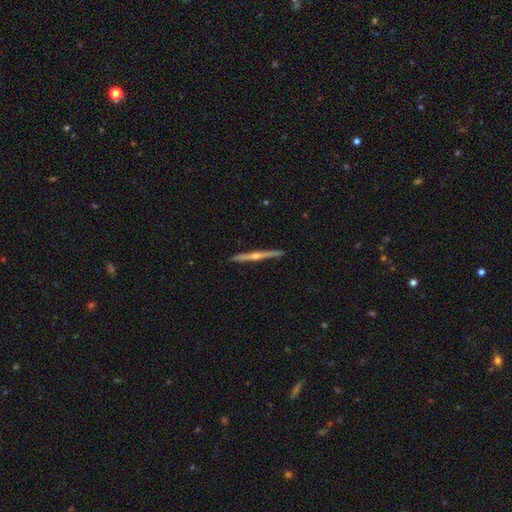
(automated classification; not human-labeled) Q: Smooth or featured?
A: featured or disk (75%); runner-up: smooth (17%)
Q: Edge-on disk?
A: yes (97%); runner-up: no (3%)
Q: Edge-on bulge?
A: rounded (80%); runner-up: none (15%)
Q: Merging?
A: none (89%); runner-up: minor disturbance (7%)